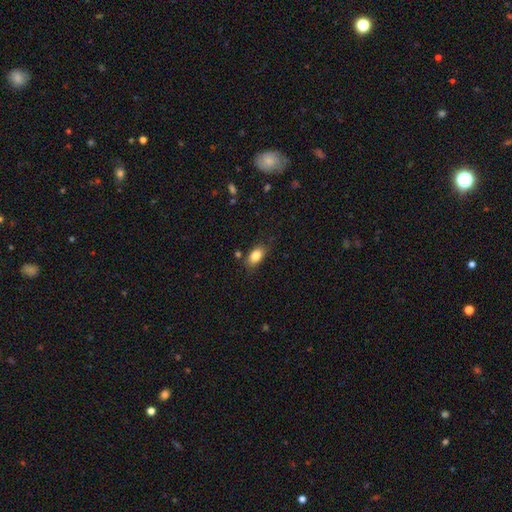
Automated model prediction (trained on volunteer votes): A smooth galaxy with no disk features (83%) that is in between round and cigar-shaped (87%). Merging: none (78%).